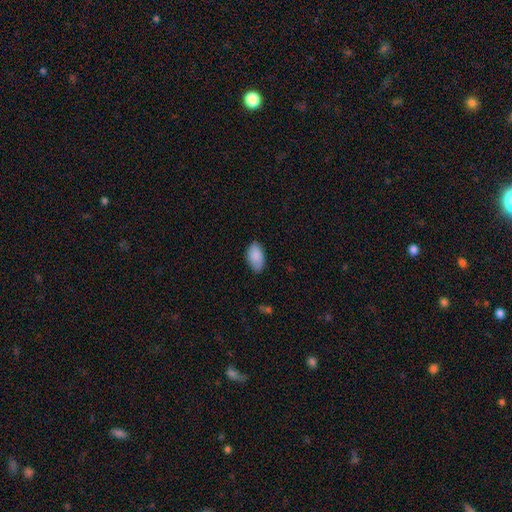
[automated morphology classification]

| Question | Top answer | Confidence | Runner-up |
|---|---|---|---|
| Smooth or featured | smooth | 88% | star or artifact (6%) |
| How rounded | in between | 94% | round (4%) |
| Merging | none | 78% | minor disturbance (18%) |